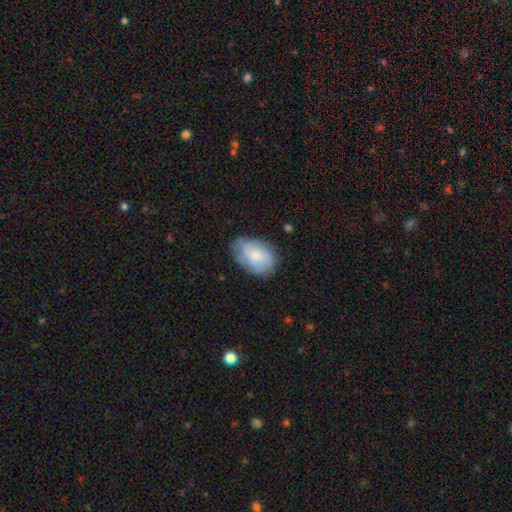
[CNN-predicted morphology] The model was most divided on "smooth or featured": featured or disk: 49%, smooth: 44%, star or artifact: 7%. More confident: merging — none (67%).